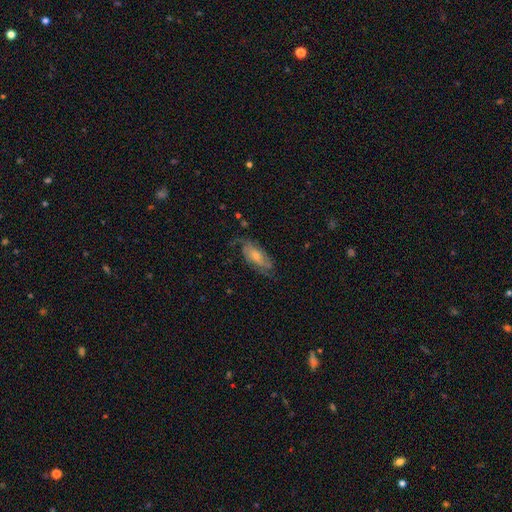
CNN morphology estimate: smooth_or_featured: featured or disk (p=0.72) [alt: smooth p=0.19]
disk_edge_on: no (p=0.88) [alt: yes p=0.12]
bar: no (p=0.59) [alt: weak p=0.32]
has_spiral_arms: yes (p=0.91) [alt: no p=0.09]
spiral_winding: medium (p=0.43) [alt: tight p=0.36]
spiral_arm_count: 2 (p=0.55) [alt: can't tell p=0.25]
bulge_size: moderate (p=0.46) [alt: small p=0.45]
merging: none (p=0.70) [alt: minor disturbance p=0.19]